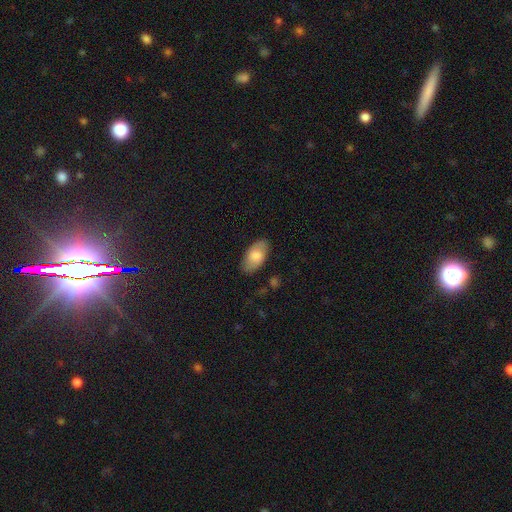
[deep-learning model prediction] A smooth galaxy with no disk features (75%) that is in between round and cigar-shaped (94%). Merging: none (83%).